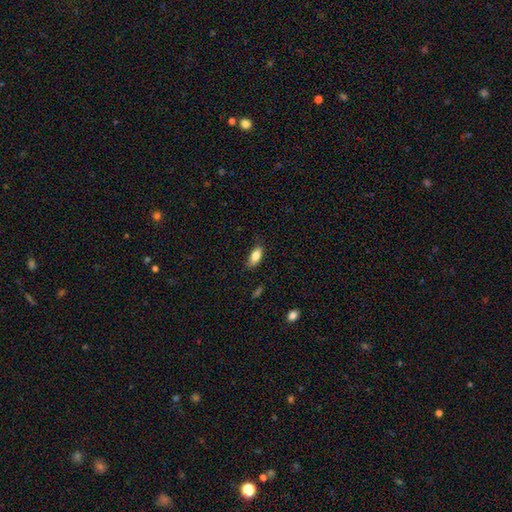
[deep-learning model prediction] Smooth or featured? Predicted: smooth (p=0.85). How rounded? Predicted: in between (p=0.86). Merging? Predicted: none (p=0.72).